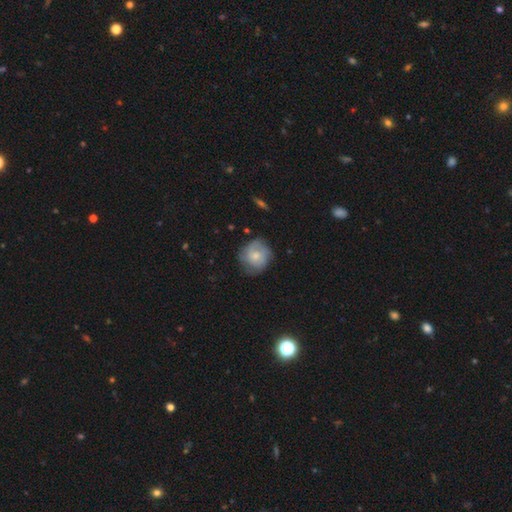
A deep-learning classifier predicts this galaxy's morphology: smooth 50%, featured or disk 43%, star or artifact 7%. Down the decision tree: merging — none (68%).